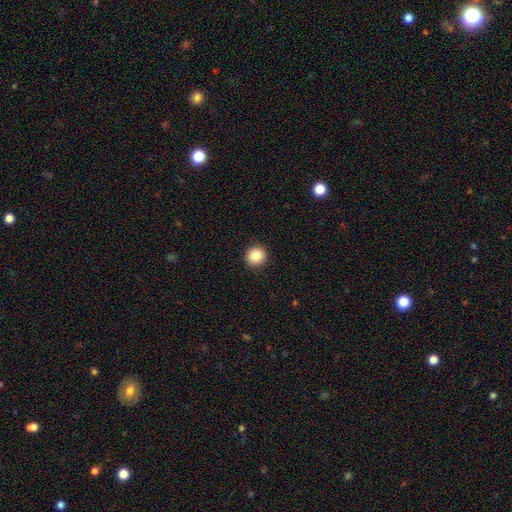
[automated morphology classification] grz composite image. It shows a smooth galaxy with no disk features (86%) that is round (94%). Merging: none (93%).